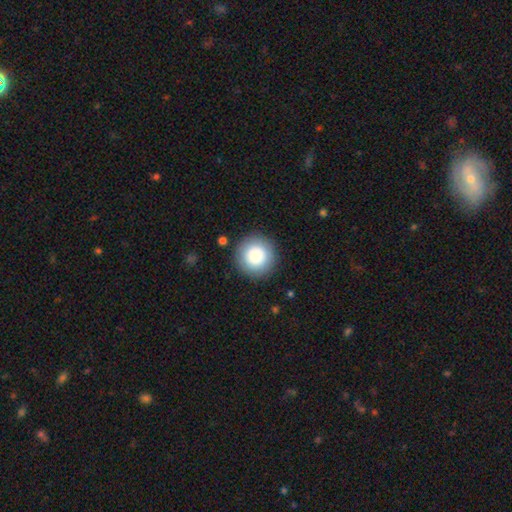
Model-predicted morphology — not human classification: The model was most divided on "smooth or featured": smooth: 85%, star or artifact: 9%, featured or disk: 6%. More confident: how rounded — round (96%); merging — none (89%).